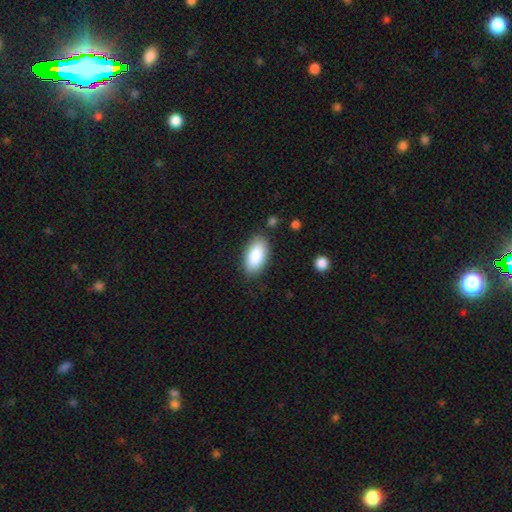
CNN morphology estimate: Q: Smooth or featured?
A: smooth (87%); runner-up: featured or disk (7%)
Q: How rounded?
A: in between (94%); runner-up: cigar-shaped (4%)
Q: Merging?
A: none (85%); runner-up: minor disturbance (11%)